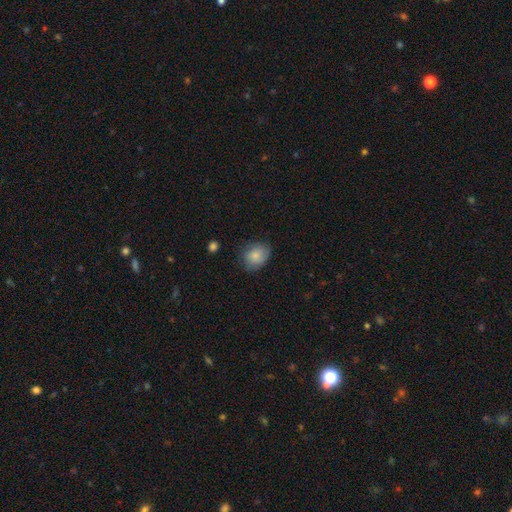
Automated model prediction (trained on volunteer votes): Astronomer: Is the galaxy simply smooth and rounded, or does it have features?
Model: smooth — 83%.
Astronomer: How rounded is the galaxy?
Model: in between — 52% (runner-up: round, 47%).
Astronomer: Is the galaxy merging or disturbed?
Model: none — 73%.